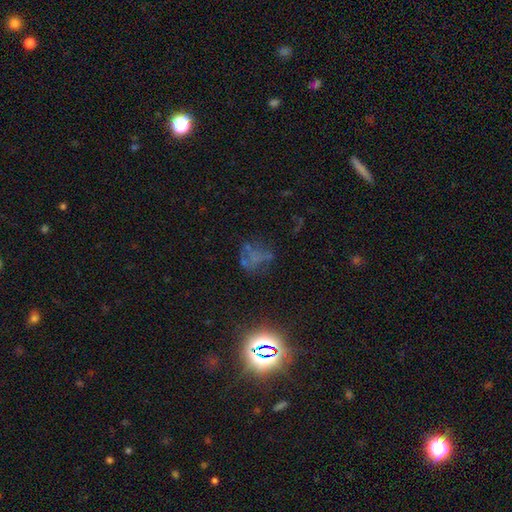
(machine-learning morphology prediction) A star or artifact, not a galaxy (41%).

Vote fractions:
- Smooth or featured? star or artifact: 41% / featured or disk: 31% / smooth: 27%